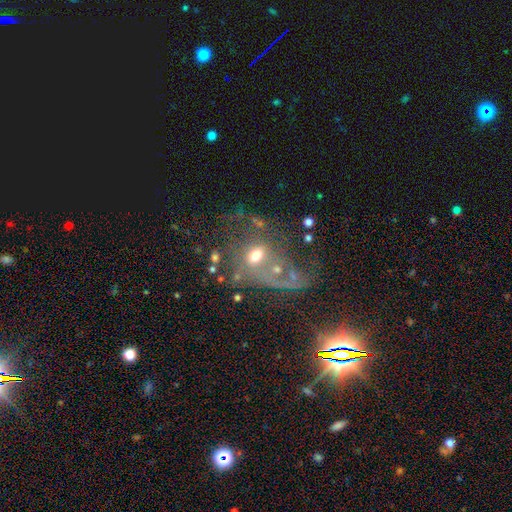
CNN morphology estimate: This is marginally a featured or disk galaxy (42%). Merging: marginally major disturbance (34%).